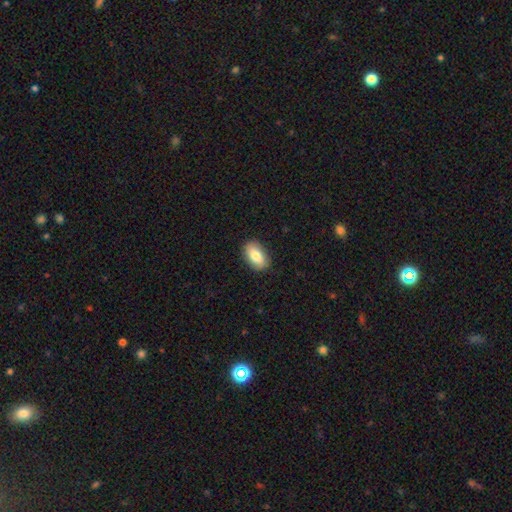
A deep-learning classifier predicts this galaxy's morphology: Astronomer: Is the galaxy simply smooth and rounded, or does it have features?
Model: smooth — 80%.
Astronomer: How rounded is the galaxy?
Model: in between — 91%.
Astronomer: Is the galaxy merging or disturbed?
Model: none — 87%.